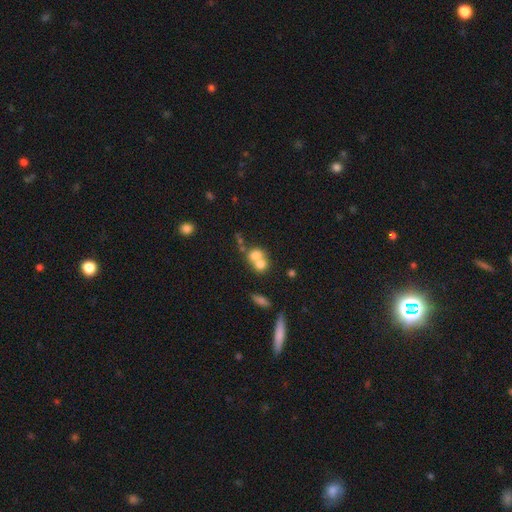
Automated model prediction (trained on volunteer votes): smooth 70%, featured or disk 19%, star or artifact 11%. Down the decision tree: how rounded — round (58%); merging — merger (67%).